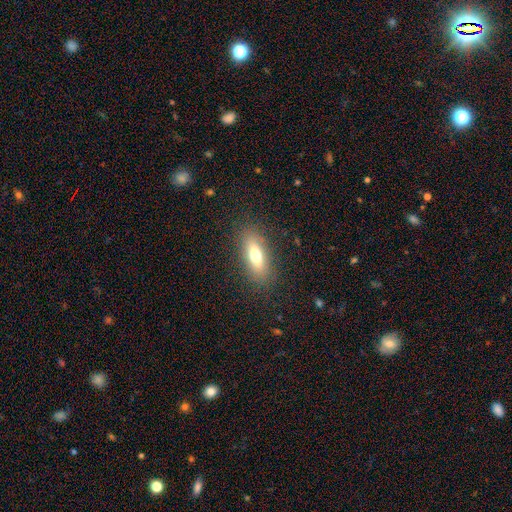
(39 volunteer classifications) Morphology: type=smooth (79%); roundness=in between (61%); merging=none (89%).